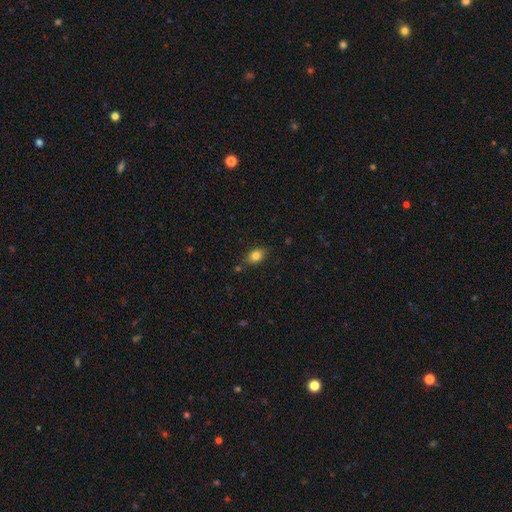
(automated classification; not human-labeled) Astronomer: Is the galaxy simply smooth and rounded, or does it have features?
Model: smooth — 82%.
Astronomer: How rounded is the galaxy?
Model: in between — 81%.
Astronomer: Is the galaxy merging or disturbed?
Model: none — 80%.